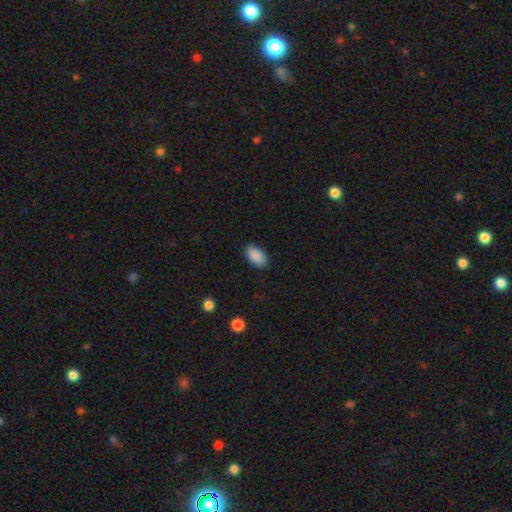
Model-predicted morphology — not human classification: smooth-or-featured: smooth: 90% | star or artifact: 7% | featured or disk: 3%
  how-rounded: in between: 95% | round: 3% | cigar-shaped: 2%
  merging: none: 88% | minor disturbance: 9% | major disturbance: 2% | merger: 1%